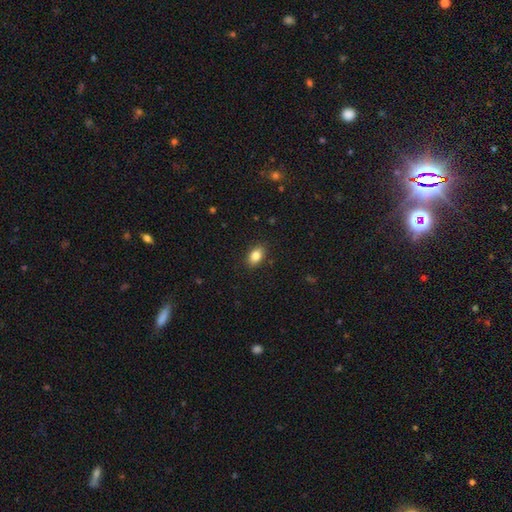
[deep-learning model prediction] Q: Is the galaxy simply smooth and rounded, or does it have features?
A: smooth — 84%.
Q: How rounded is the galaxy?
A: in between — 85%.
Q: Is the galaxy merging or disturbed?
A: none — 88%.